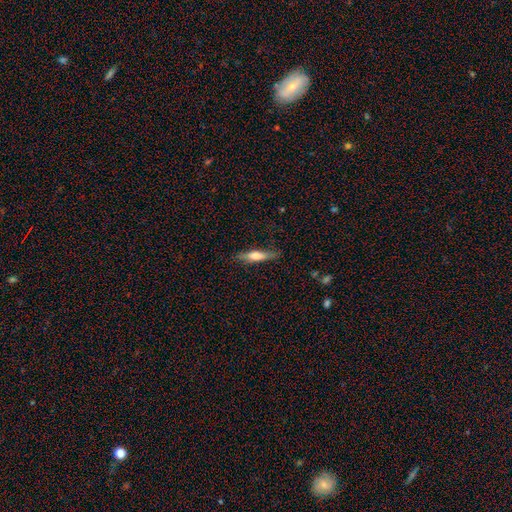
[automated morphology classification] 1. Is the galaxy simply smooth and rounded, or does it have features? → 55% smooth, 38% featured or disk, 6% star or artifact.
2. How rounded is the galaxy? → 80% cigar-shaped, 18% in between, 2% round.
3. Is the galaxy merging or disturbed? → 80% none, 15% minor disturbance, 4% major disturbance, 1% merger.